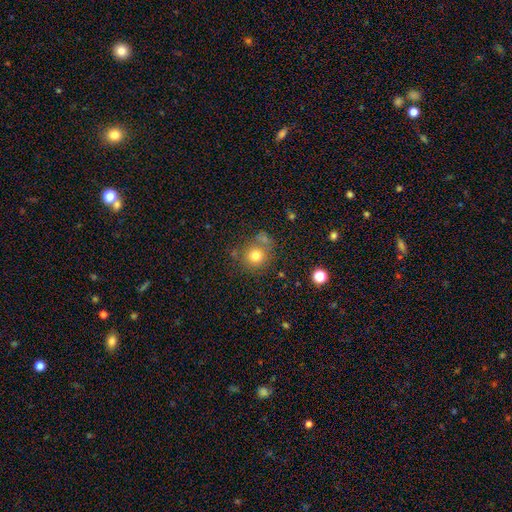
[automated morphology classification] A smooth galaxy with no disk features (77%) that is round (88%).

Vote fractions:
- Smooth or featured? smooth: 77% / star or artifact: 13% / featured or disk: 10%
- How rounded? round: 88% / in between: 11% / cigar-shaped: 1%
- Merging? none: 66% / merger: 15% / minor disturbance: 13% / major disturbance: 6%